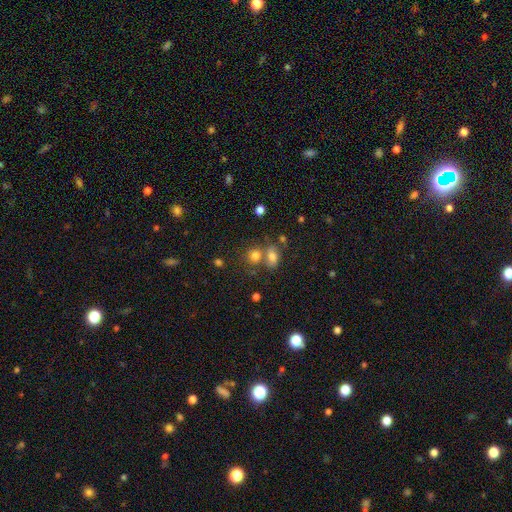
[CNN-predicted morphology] smooth_or_featured: smooth (p=0.71) [alt: star or artifact p=0.18]
how_rounded: round (p=0.52) [alt: in between p=0.47]
merging: none (p=0.48) [alt: merger p=0.39]